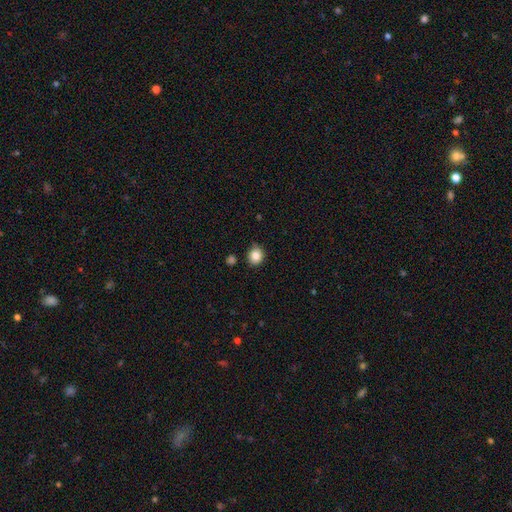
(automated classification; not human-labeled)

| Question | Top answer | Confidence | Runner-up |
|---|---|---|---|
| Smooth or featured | smooth | 85% | star or artifact (10%) |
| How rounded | round | 78% | in between (21%) |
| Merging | none | 83% | minor disturbance (12%) |